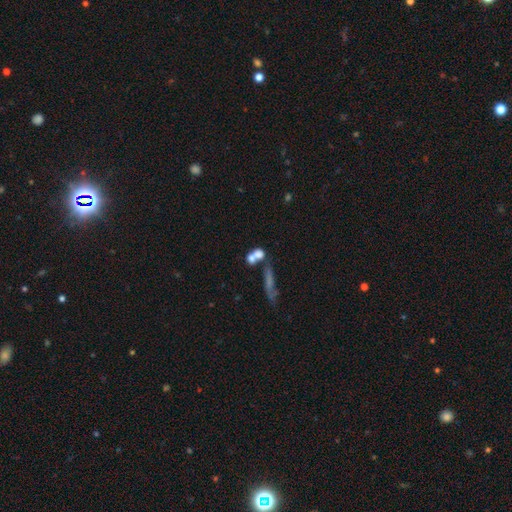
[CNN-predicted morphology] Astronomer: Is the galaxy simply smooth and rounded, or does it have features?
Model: smooth — 67%.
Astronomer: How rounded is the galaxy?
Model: round — 49% (runner-up: in between, 39%).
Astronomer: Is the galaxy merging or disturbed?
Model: merger — 51% (runner-up: none, 31%).